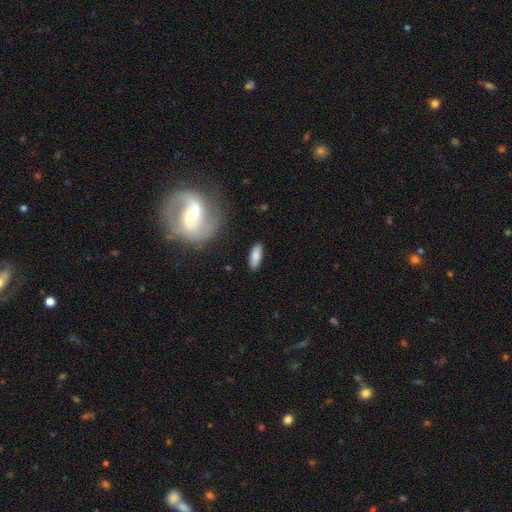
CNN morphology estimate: This is clearly a smooth galaxy (82%). How rounded: likely in between (67%). Merging: clearly none (86%).